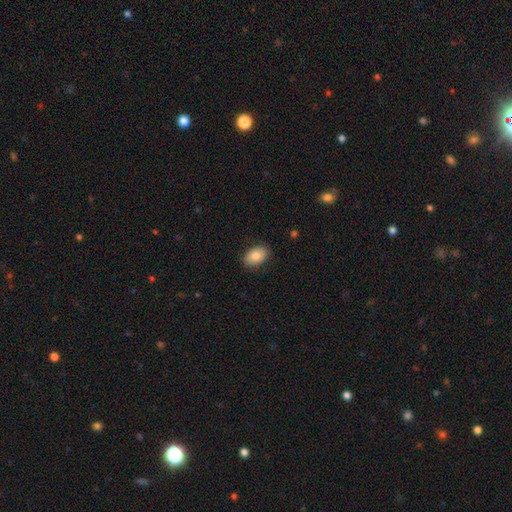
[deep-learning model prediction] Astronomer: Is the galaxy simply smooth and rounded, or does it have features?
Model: smooth — 84%.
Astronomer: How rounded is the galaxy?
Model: in between — 88%.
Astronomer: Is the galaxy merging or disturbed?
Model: none — 86%.